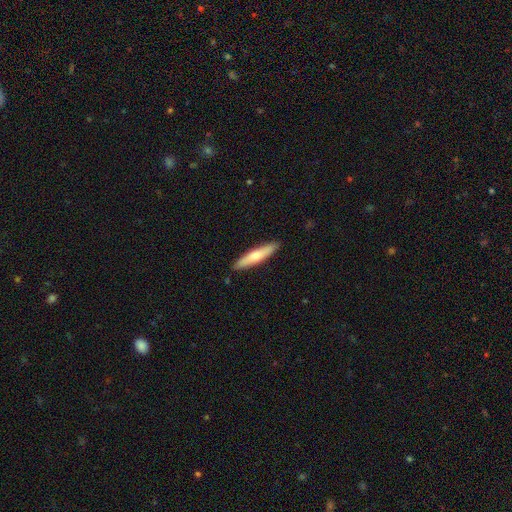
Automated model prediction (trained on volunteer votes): A smooth galaxy with no disk features (66%) that is cigar-shaped (88%).

Vote fractions:
- Smooth or featured? smooth: 66% / featured or disk: 29% / star or artifact: 5%
- How rounded? cigar-shaped: 88% / in between: 11% / round: 1%
- Merging? none: 90% / minor disturbance: 7% / major disturbance: 1% / merger: 1%